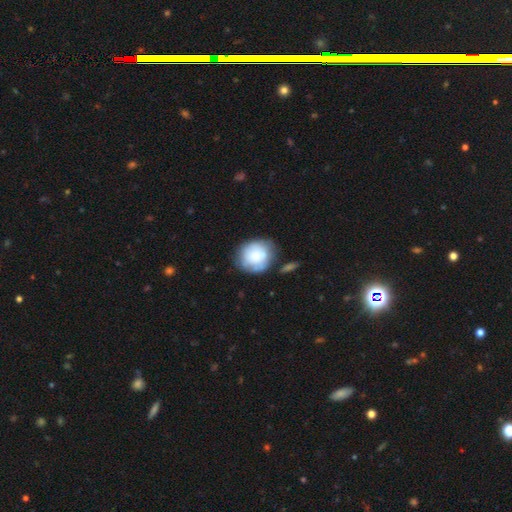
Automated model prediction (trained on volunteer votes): Smooth or featured: smooth — 71% (featured or disk — 22%)
How rounded: round — 71% (in between — 28%)
Merging: none — 58% (minor disturbance — 25%)